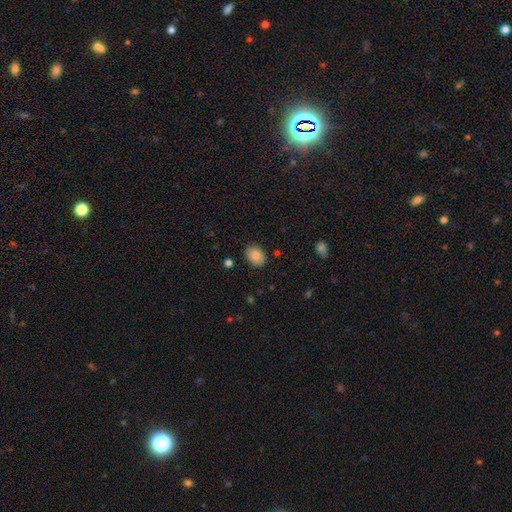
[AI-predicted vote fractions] Smooth or featured: smooth — 87% (star or artifact — 8%)
How rounded: in between — 72% (round — 27%)
Merging: none — 84% (minor disturbance — 12%)